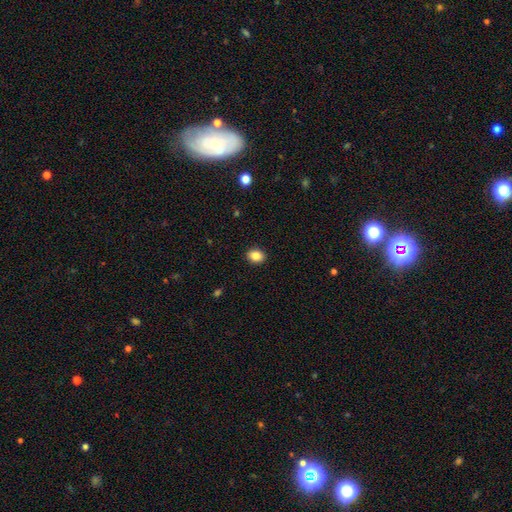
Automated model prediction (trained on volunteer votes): Smooth or featured? smooth (85%)
How rounded? in between (58%)
Merging? none (91%)